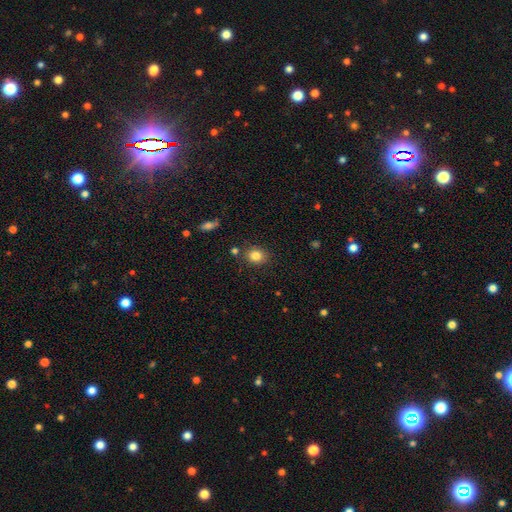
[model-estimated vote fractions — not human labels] Overall: smooth (83%). How rounded: round (62%; in between 37%). Merging: none (82%).